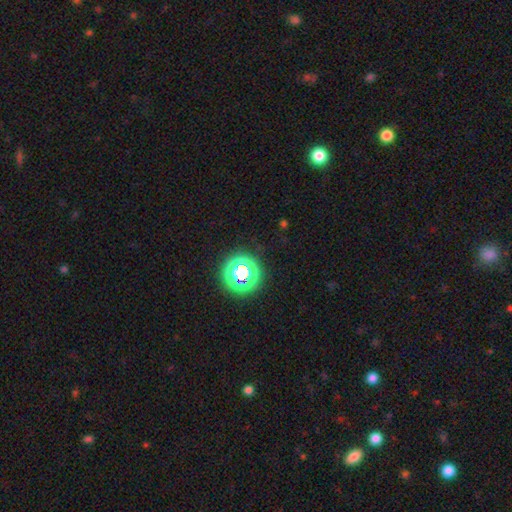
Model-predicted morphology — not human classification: Q: Smooth or featured?
A: star or artifact (71%); runner-up: smooth (21%)